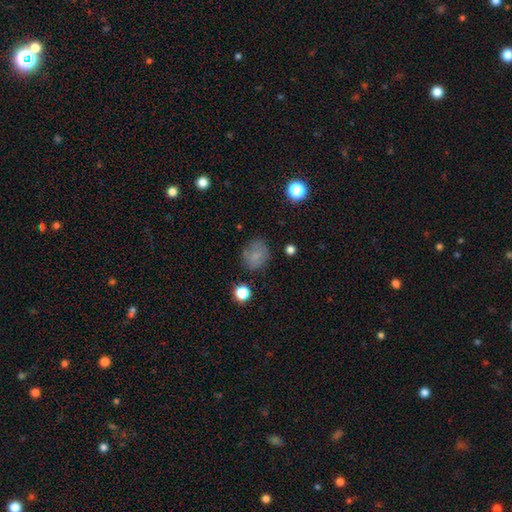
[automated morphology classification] A smooth galaxy with no disk features (75%) that is round (66%).

Vote fractions:
- Smooth or featured? smooth: 75% / star or artifact: 15% / featured or disk: 11%
- How rounded? round: 66% / in between: 33% / cigar-shaped: 1%
- Merging? none: 72% / minor disturbance: 19% / major disturbance: 7% / merger: 3%